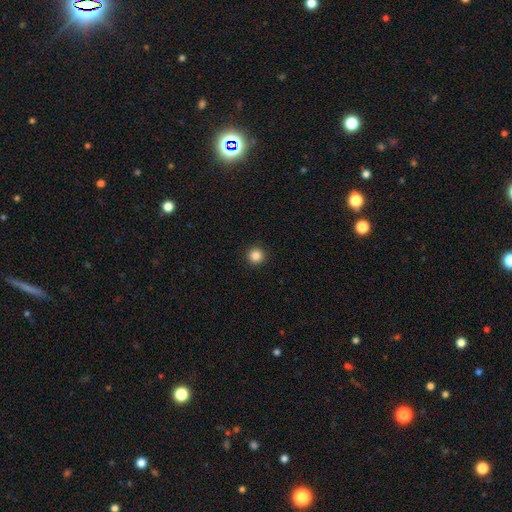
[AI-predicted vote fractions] Overall: smooth (85%). How rounded: round (96%). Merging: none (93%).